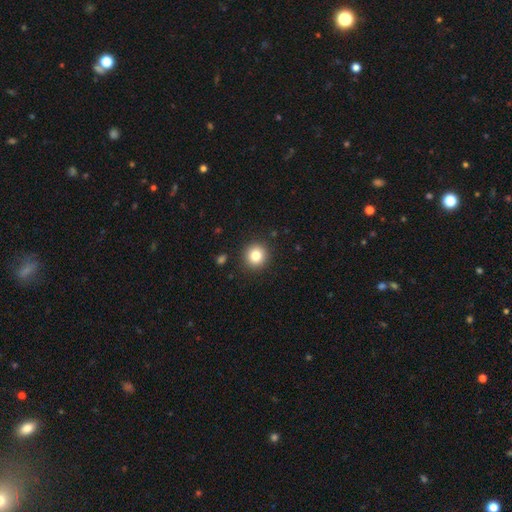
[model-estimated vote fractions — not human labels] This is clearly a smooth galaxy (82%). How rounded: clearly round (92%). Merging: clearly none (90%).